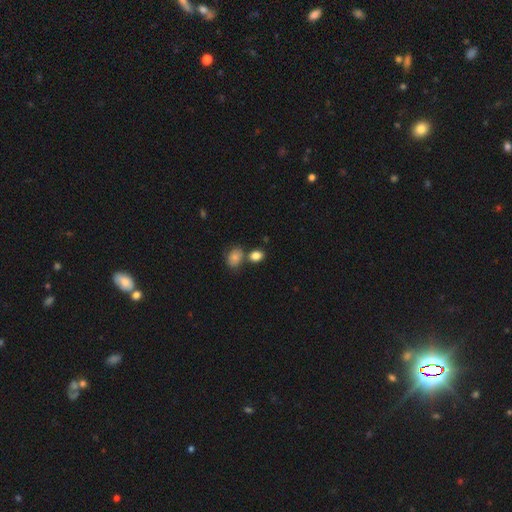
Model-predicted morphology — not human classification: A smooth galaxy with no disk features (83%) that is in between round and cigar-shaped (63%). Merging: none (60%).